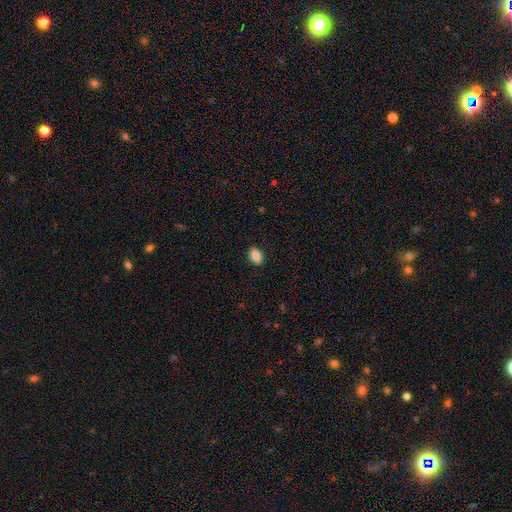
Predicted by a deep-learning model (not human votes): Morphology: type=smooth (85%); roundness=in between (85%); merging=none (87%).